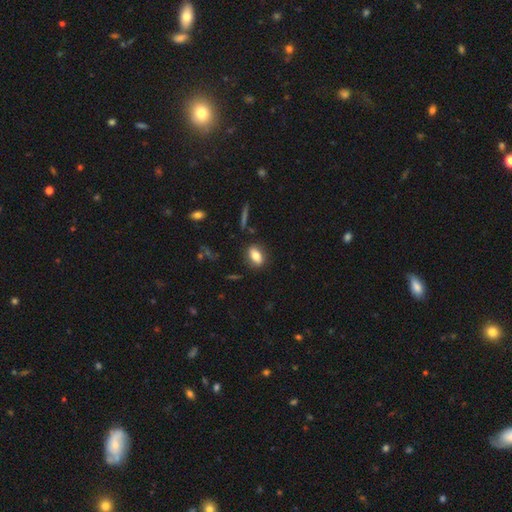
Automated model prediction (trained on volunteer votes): Overall: smooth (77%). How rounded: in between (82%). Merging: none (84%).